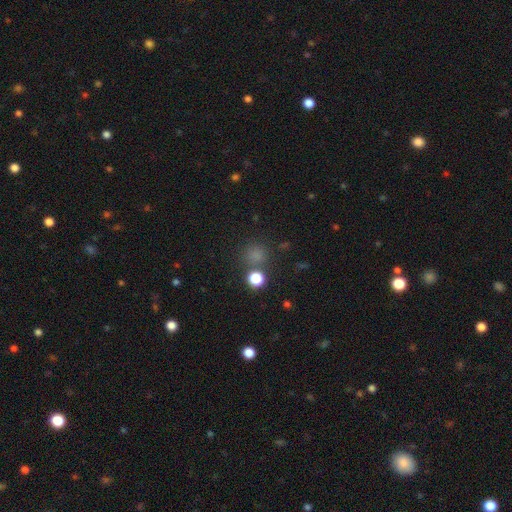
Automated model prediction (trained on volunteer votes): Smooth or featured?
  - smooth: 73% *
  - star or artifact: 22%
  - featured or disk: 5%
How rounded?
  - round: 89% *
  - in between: 10%
  - cigar-shaped: 1%
Merging?
  - none: 76% *
  - merger: 10%
  - minor disturbance: 9%
  - major disturbance: 5%